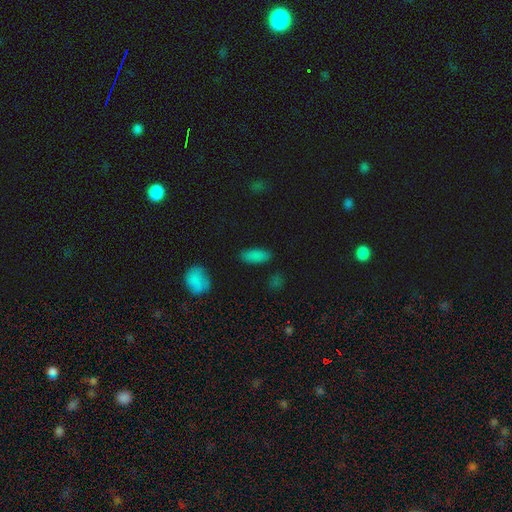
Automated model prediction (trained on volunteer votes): smooth-or-featured: smooth: 84% | star or artifact: 10% | featured or disk: 6%
  how-rounded: in between: 80% | cigar-shaped: 17% | round: 3%
  merging: none: 86% | minor disturbance: 10% | major disturbance: 3% | merger: 2%